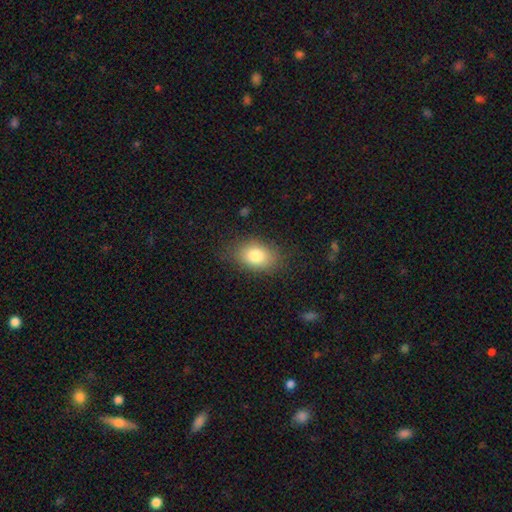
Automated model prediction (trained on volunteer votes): Q: Smooth or featured?
A: smooth (82%); runner-up: featured or disk (10%)
Q: How rounded?
A: in between (80%); runner-up: round (18%)
Q: Merging?
A: none (79%); runner-up: minor disturbance (15%)